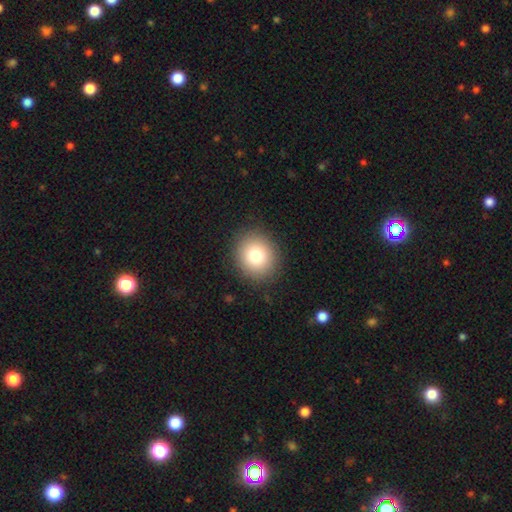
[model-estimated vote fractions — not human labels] The model was most divided on "how rounded": round: 81%, in between: 18%, cigar-shaped: 1%. More confident: merging — none (89%); smooth or featured — smooth (78%).